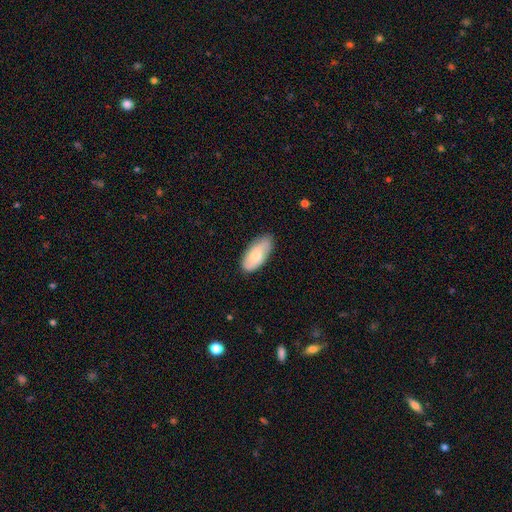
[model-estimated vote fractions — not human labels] The model was most divided on "smooth or featured": smooth: 73%, featured or disk: 21%, star or artifact: 6%. More confident: how rounded — in between (90%); merging — none (75%).